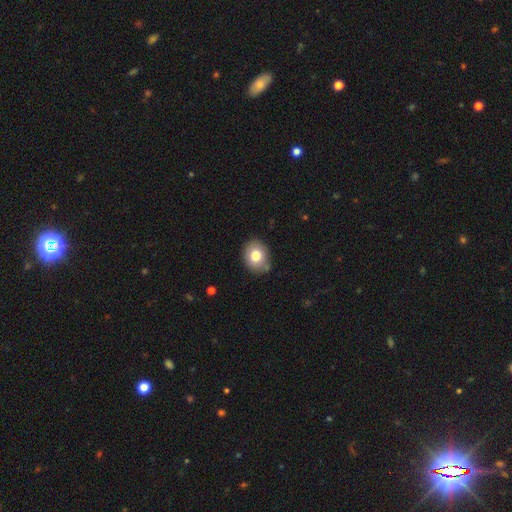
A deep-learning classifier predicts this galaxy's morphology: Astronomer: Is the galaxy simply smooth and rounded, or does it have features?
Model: smooth — 76%.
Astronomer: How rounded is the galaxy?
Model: round — 54% (runner-up: in between, 45%).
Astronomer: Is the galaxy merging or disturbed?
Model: none — 80%.